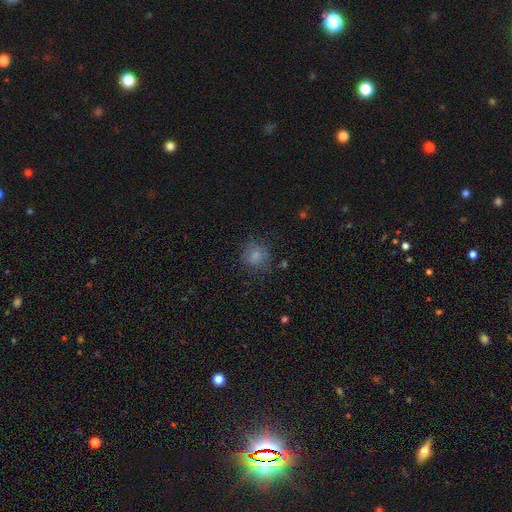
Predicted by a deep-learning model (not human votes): smooth-or-featured: smooth: 76% | star or artifact: 13% | featured or disk: 11%
  how-rounded: round: 83% | in between: 16% | cigar-shaped: 1%
  merging: none: 71% | minor disturbance: 19% | major disturbance: 9% | merger: 2%